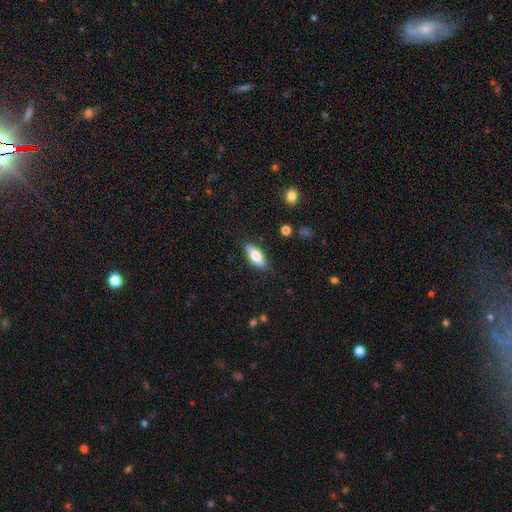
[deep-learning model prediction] smooth 69%, featured or disk 24%, star or artifact 6%. Down the decision tree: how rounded — in between (74%); merging — none (83%).